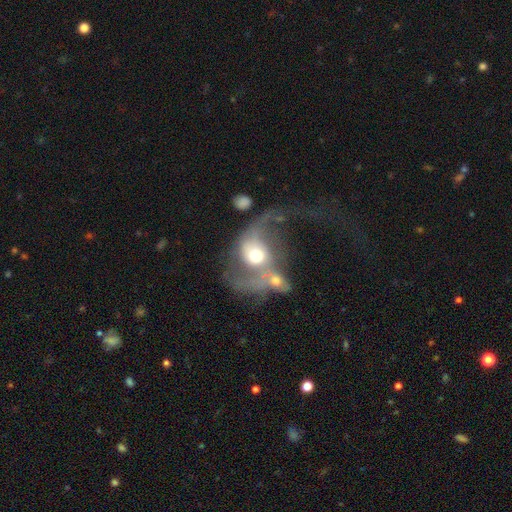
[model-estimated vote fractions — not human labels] Q: Smooth or featured?
A: featured or disk (67%); runner-up: smooth (26%)
Q: Edge-on disk?
A: no (96%); runner-up: yes (4%)
Q: Bar?
A: no (69%); runner-up: weak (23%)
Q: Spiral arms?
A: yes (76%); runner-up: no (24%)
Q: Bulge size?
A: moderate (64%); runner-up: large (21%)
Q: Merging?
A: merger (41%); runner-up: major disturbance (32%)